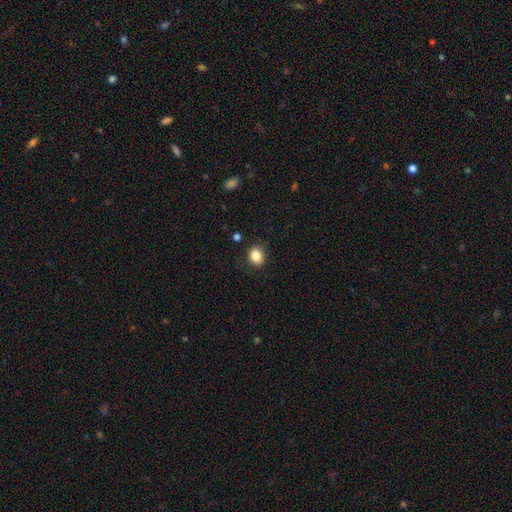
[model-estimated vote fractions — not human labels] This appears to be a smooth galaxy with no disk features (84%) that is in between round and cigar-shaped (50%). Merging: none (84%).